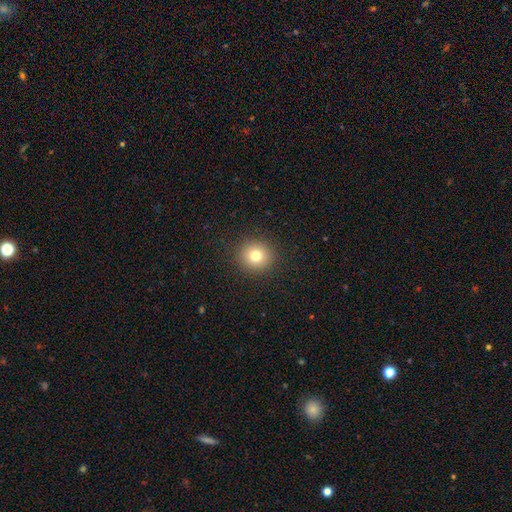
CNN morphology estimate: Smooth or featured? smooth (78%)
How rounded? round (92%)
Merging? none (91%)